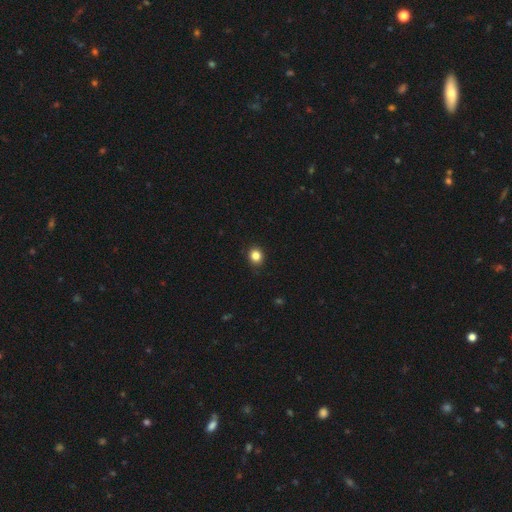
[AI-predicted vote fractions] Smooth or featured?
  - smooth: 84% *
  - star or artifact: 11%
  - featured or disk: 4%
How rounded?
  - round: 74% *
  - in between: 25%
  - cigar-shaped: 1%
Merging?
  - none: 89% *
  - minor disturbance: 8%
  - major disturbance: 2%
  - merger: 1%